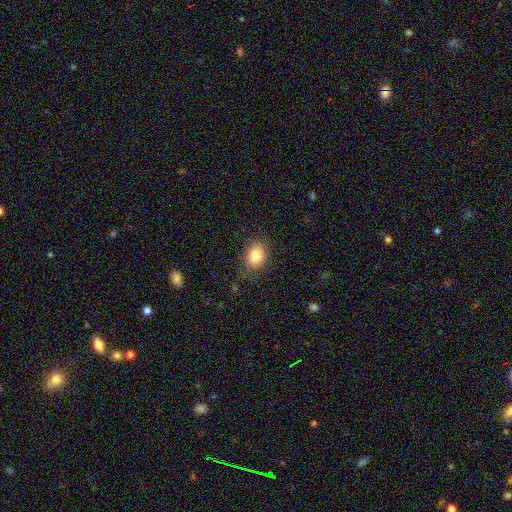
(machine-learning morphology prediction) type=smooth (83%); roundness=in between (60%); merging=none (83%).